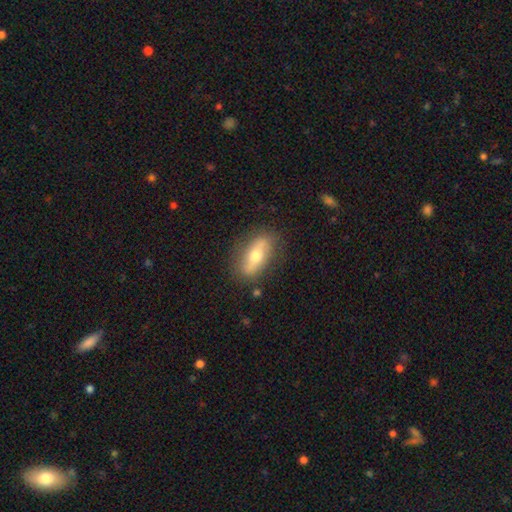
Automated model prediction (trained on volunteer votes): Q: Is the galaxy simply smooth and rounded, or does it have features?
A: smooth — 48%.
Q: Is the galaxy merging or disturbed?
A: none — 82%.